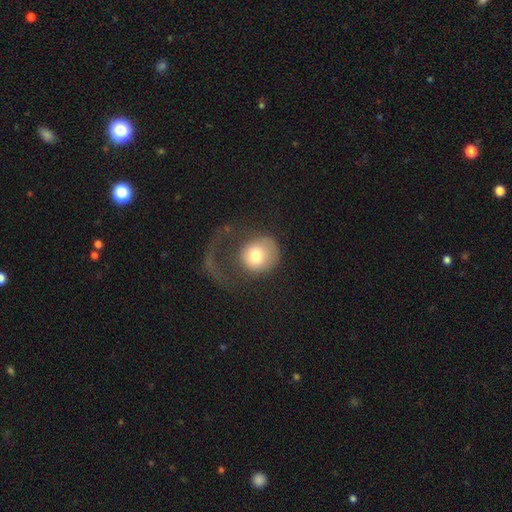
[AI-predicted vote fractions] Overall: smooth (68%). How rounded: round (81%). Merging: major disturbance (57%; none 27%).